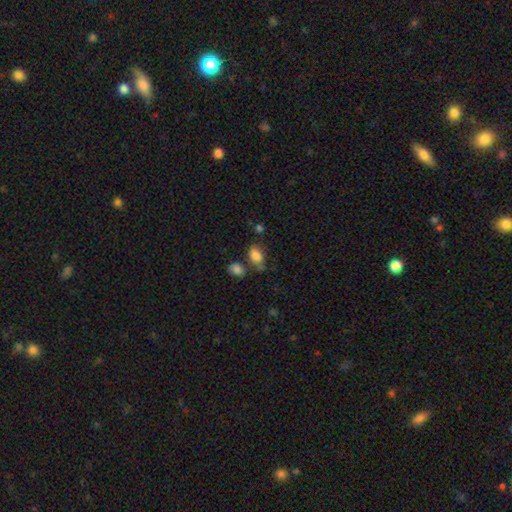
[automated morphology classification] Smooth or featured?
  - smooth: 83% *
  - star or artifact: 10%
  - featured or disk: 8%
How rounded?
  - in between: 85% *
  - round: 14%
  - cigar-shaped: 2%
Merging?
  - none: 53% *
  - minor disturbance: 21%
  - merger: 18%
  - major disturbance: 8%